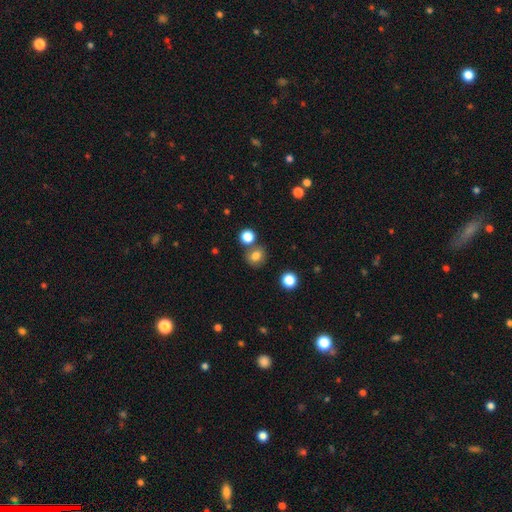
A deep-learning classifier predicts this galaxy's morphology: type=smooth (79%); roundness=round (78%); merging=none (70%).